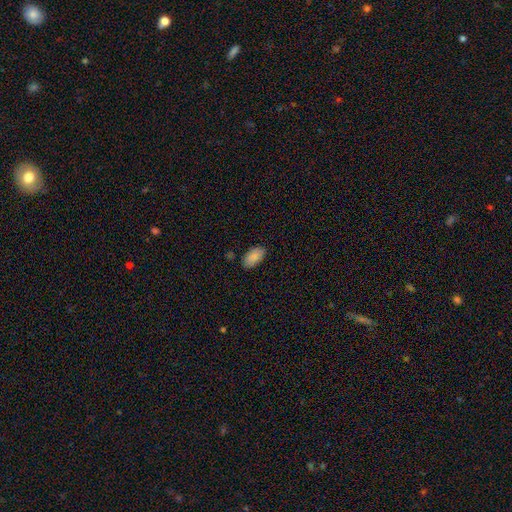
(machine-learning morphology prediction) This appears to be a smooth galaxy with no disk features (84%) that is in between round and cigar-shaped (94%). Merging: none (86%).